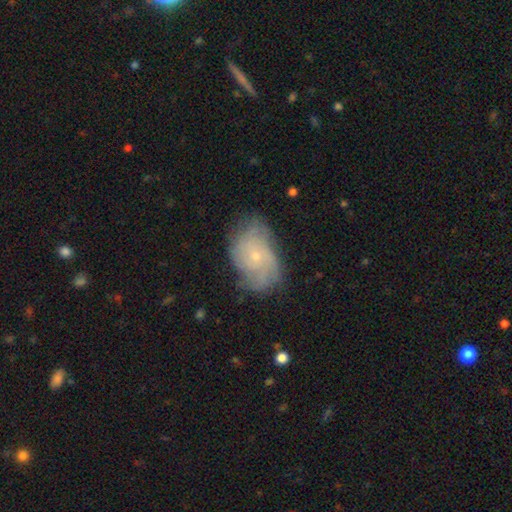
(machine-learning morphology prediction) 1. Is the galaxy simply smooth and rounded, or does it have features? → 68% featured or disk, 25% smooth, 8% star or artifact.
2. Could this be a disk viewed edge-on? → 96% no, 4% yes.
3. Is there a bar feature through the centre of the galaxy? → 80% no, 18% weak, 2% strong.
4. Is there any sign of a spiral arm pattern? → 88% yes, 12% no.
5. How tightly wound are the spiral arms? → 47% tight, 36% medium, 17% loose.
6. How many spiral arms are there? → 41% can't tell, 20% 2, 18% 3, 11% 4, 5% more than 4, 5% 1.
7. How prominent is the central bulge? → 76% small, 20% moderate, 2% none, 1% large, 1% dominant.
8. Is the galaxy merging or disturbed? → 64% none, 26% minor disturbance, 9% major disturbance, 1% merger.